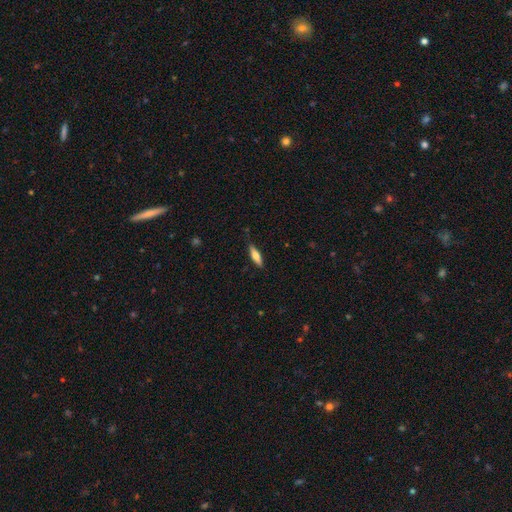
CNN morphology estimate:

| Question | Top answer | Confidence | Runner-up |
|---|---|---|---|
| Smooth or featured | smooth | 61% | featured or disk (33%) |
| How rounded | cigar-shaped | 62% | in between (36%) |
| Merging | none | 83% | minor disturbance (14%) |